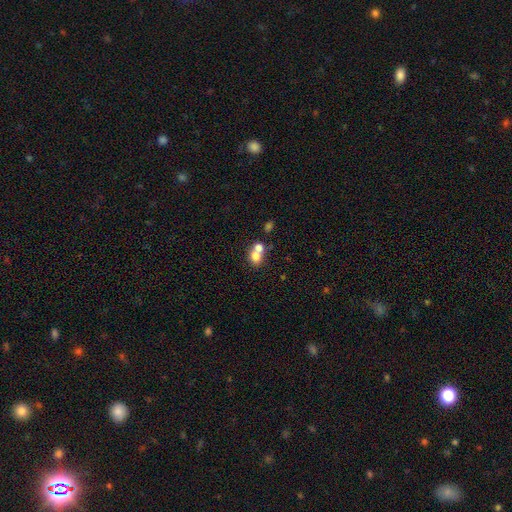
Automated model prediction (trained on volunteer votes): smooth-or-featured: smooth: 73% | featured or disk: 16% | star or artifact: 11%
  how-rounded: round: 59% | in between: 40% | cigar-shaped: 1%
  merging: merger: 61% | none: 29% | minor disturbance: 6% | major disturbance: 4%